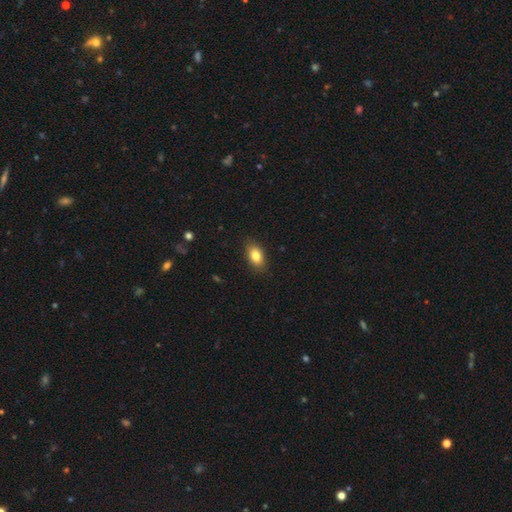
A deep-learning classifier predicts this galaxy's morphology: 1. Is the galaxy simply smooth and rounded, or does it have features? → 83% smooth, 9% featured or disk, 8% star or artifact.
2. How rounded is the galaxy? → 89% in between, 9% round, 3% cigar-shaped.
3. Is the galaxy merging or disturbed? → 87% none, 10% minor disturbance, 2% major disturbance, 1% merger.